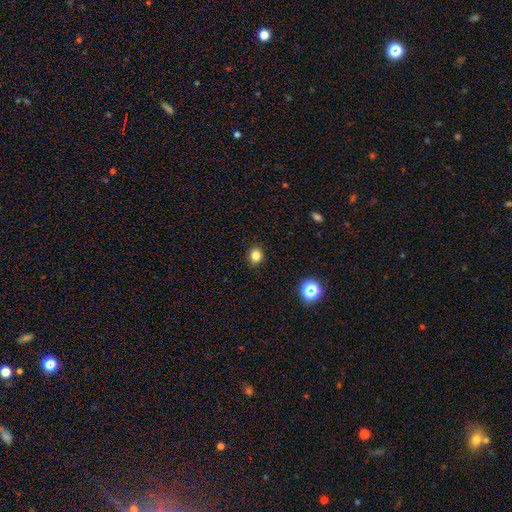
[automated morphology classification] Smooth or featured? smooth (80%)
How rounded? round (75%)
Merging? none (90%)